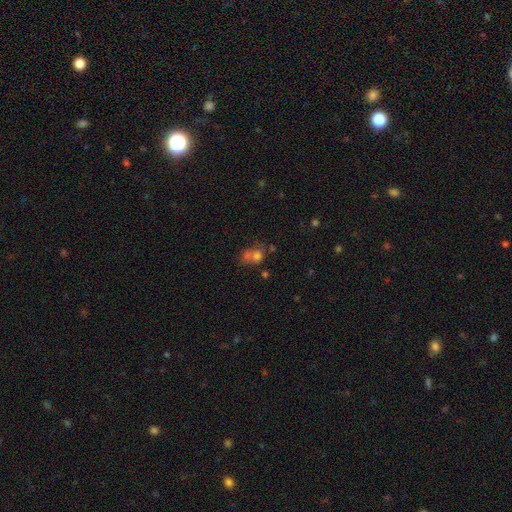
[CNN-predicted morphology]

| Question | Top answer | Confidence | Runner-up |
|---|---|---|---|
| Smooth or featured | smooth | 62% | star or artifact (21%) |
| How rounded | round | 70% | in between (28%) |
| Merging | merger | 48% | none (34%) |